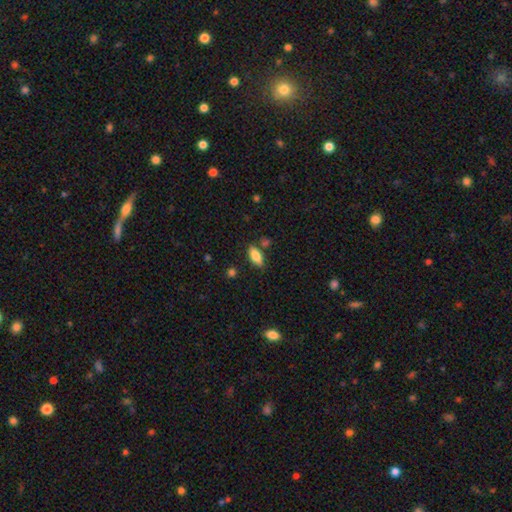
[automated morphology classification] A smooth galaxy with no disk features (81%) that is in between round and cigar-shaped (83%).

Vote fractions:
- Smooth or featured? smooth: 81% / featured or disk: 12% / star or artifact: 7%
- How rounded? in between: 83% / cigar-shaped: 14% / round: 3%
- Merging? none: 77% / minor disturbance: 13% / merger: 6% / major disturbance: 3%